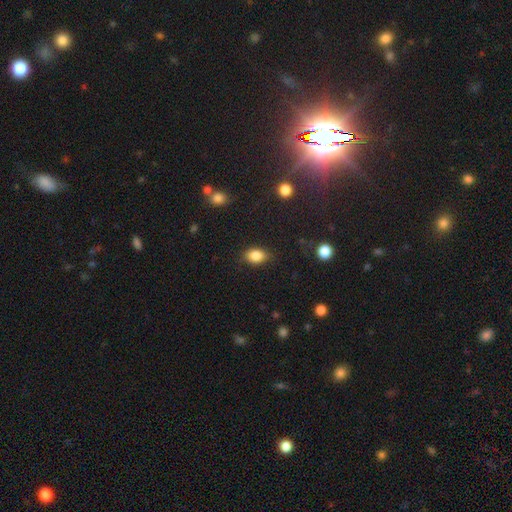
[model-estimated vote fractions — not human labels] Smooth or featured? smooth (86%)
How rounded? in between (79%)
Merging? none (81%)